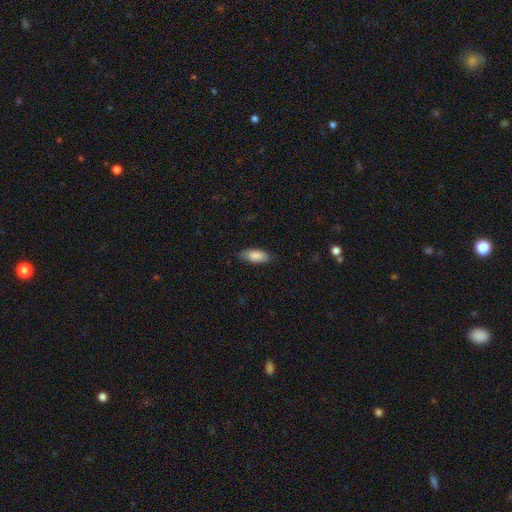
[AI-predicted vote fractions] Overall: smooth (87%). How rounded: in between (83%). Merging: none (83%).